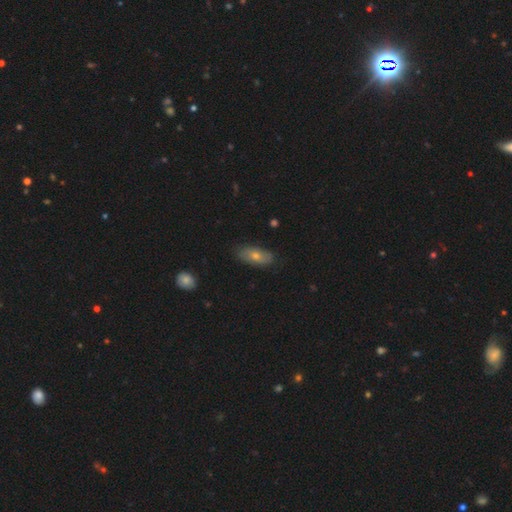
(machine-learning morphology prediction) A smooth galaxy with no disk features (60%) that is in between round and cigar-shaped (78%). Merging: none (83%).